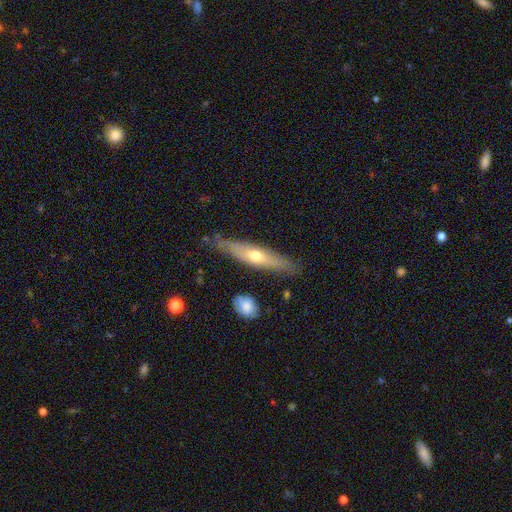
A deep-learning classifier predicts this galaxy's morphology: Smooth or featured? Predicted: featured or disk (p=0.50). Edge-on disk? Predicted: yes (p=0.79). Merging? Predicted: none (p=0.79).